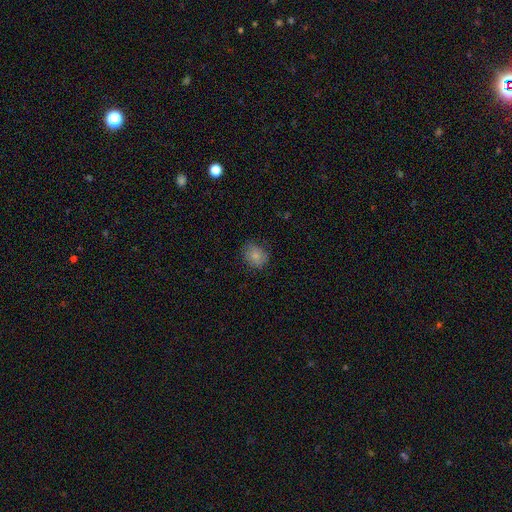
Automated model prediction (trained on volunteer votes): Q: Smooth or featured?
A: smooth (81%); runner-up: featured or disk (10%)
Q: How rounded?
A: round (68%); runner-up: in between (31%)
Q: Merging?
A: none (75%); runner-up: minor disturbance (19%)